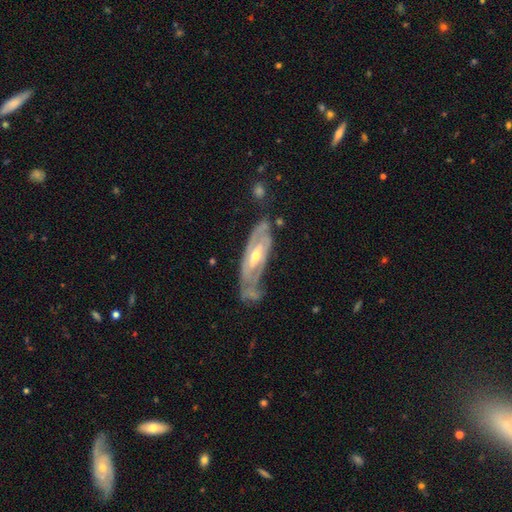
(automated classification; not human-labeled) featured or disk 83%, smooth 11%, star or artifact 5%. Down the decision tree: edge-on disk — no (84%); bar — weak (39%); spiral arms — yes (83%); spiral arm count — 2 (52%); spiral winding — tight (57%); bulge size — moderate (59%); merging — none (56%).